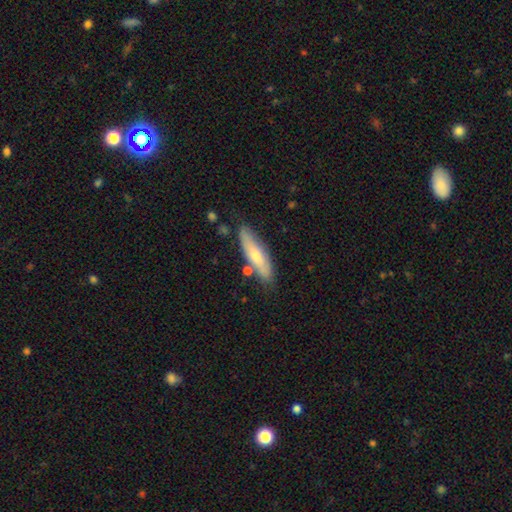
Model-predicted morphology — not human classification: Smooth or featured? Predicted: smooth (p=0.58). How rounded? Predicted: cigar-shaped (p=0.66). Merging? Predicted: none (p=0.77).